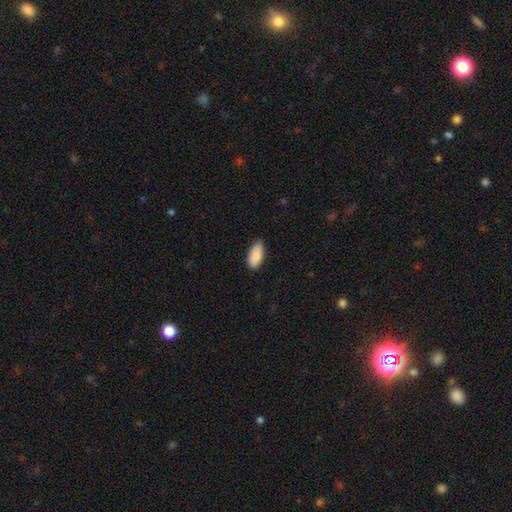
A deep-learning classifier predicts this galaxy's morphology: smooth 89%, star or artifact 6%, featured or disk 5%. Down the decision tree: how rounded — in between (91%); merging — none (82%).